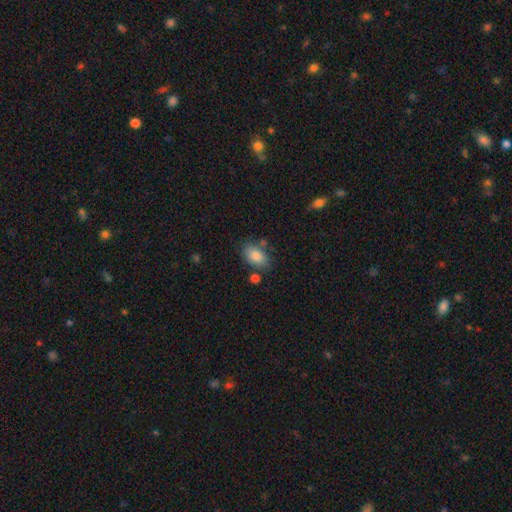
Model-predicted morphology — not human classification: The model was most divided on "merging": none: 73%, minor disturbance: 15%, merger: 8%, major disturbance: 4%. More confident: how rounded — in between (90%); smooth or featured — smooth (84%).